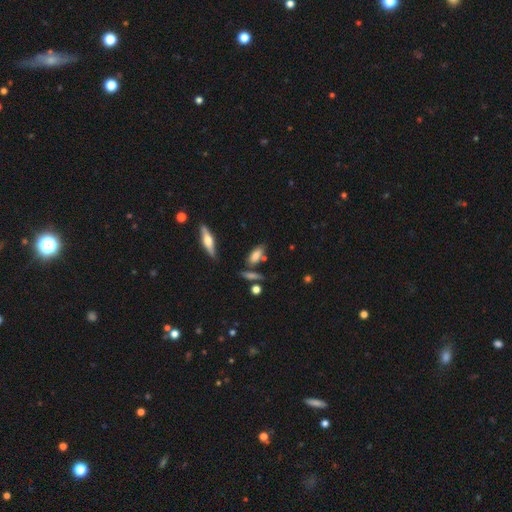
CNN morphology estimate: smooth_or_featured: smooth (p=0.70) [alt: featured or disk p=0.20]
how_rounded: in between (p=0.74) [alt: cigar-shaped p=0.22]
merging: none (p=0.66) [alt: minor disturbance p=0.17]